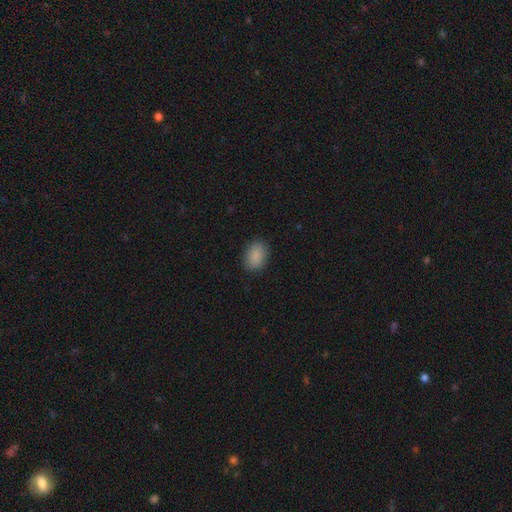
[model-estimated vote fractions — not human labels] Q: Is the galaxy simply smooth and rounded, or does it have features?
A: smooth — 88%.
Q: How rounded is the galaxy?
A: in between — 78%.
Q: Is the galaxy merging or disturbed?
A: none — 87%.